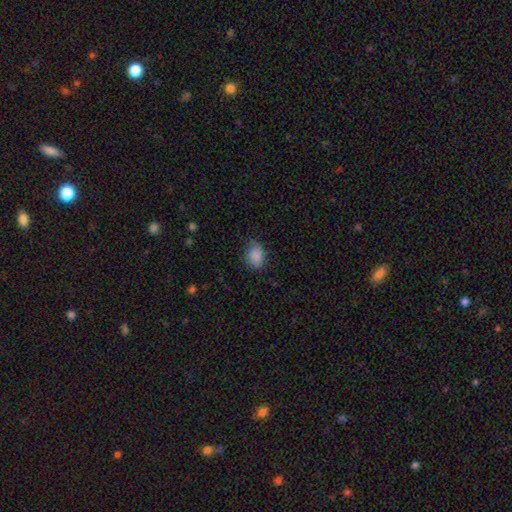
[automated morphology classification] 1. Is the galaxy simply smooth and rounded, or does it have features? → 86% smooth, 8% star or artifact, 5% featured or disk.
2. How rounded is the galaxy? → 64% in between, 34% round, 1% cigar-shaped.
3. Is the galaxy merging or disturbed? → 63% none, 29% minor disturbance, 7% major disturbance, 1% merger.